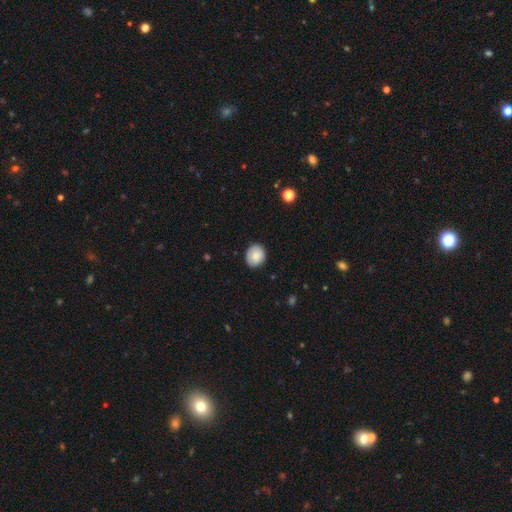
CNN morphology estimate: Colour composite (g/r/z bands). It shows a smooth galaxy with no disk features (83%) that is round (65%). Merging: none (86%).